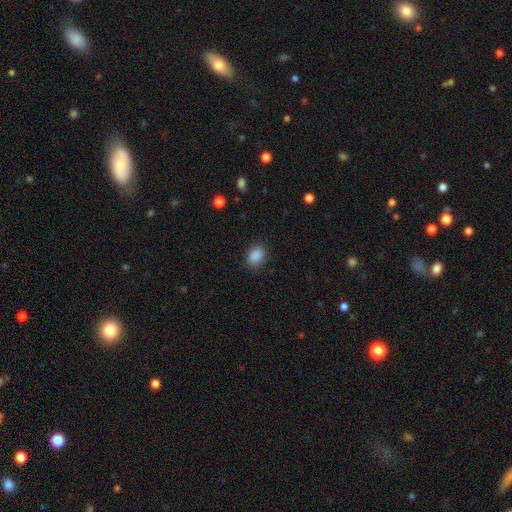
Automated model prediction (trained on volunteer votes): A smooth galaxy with no disk features (88%) that is in between round and cigar-shaped (71%). Merging: none (87%).